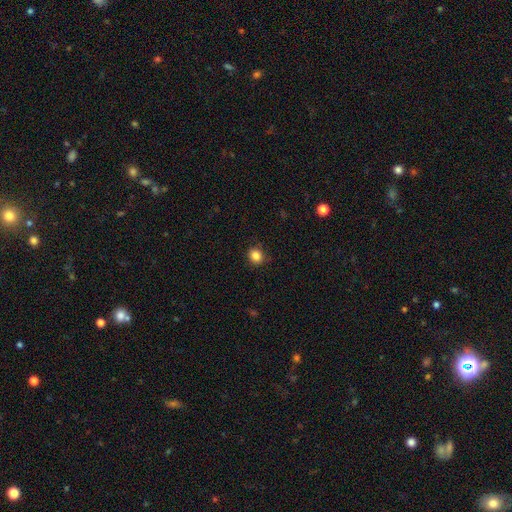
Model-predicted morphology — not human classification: This appears to be a smooth galaxy with no disk features (85%) that is round (79%). Merging: none (87%).